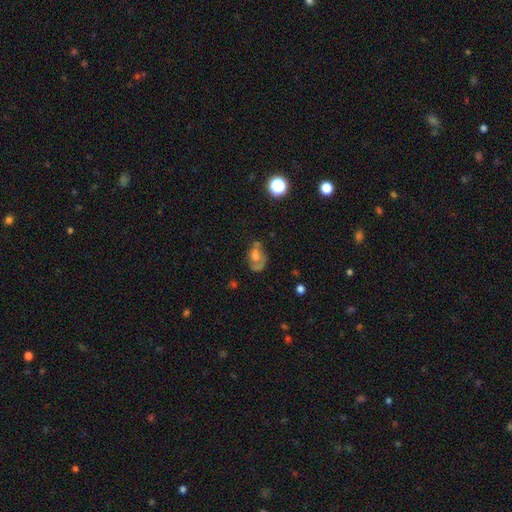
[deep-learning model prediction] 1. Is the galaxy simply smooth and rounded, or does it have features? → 47% featured or disk, 36% smooth, 17% star or artifact.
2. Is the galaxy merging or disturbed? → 47% none, 23% major disturbance, 22% minor disturbance, 8% merger.